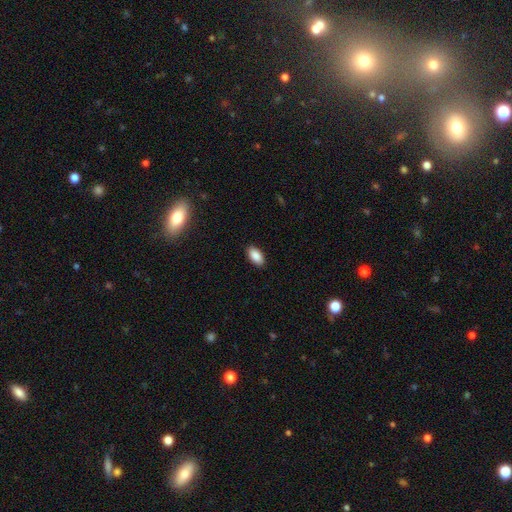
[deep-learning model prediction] Smooth or featured? smooth (89%)
How rounded? in between (94%)
Merging? none (89%)